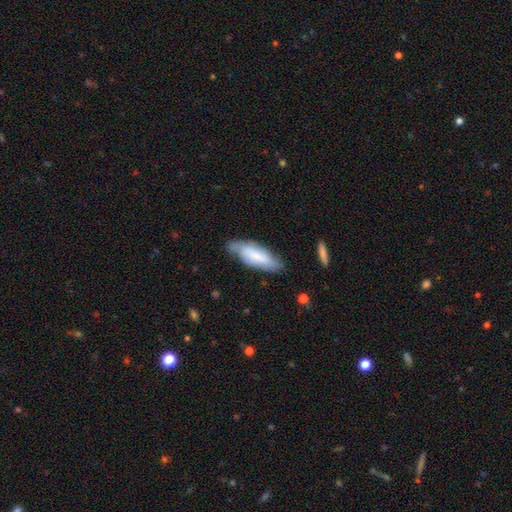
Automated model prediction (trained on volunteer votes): The model was most divided on "smooth or featured": smooth: 59%, featured or disk: 35%, star or artifact: 6%. More confident: merging — none (66%); how rounded — in between (63%).